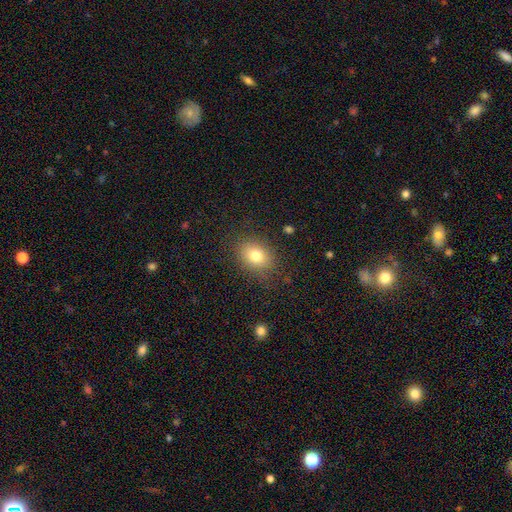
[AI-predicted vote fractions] Smooth or featured: smooth — 80% (star or artifact — 10%)
How rounded: in between — 67% (round — 32%)
Merging: none — 83% (minor disturbance — 12%)